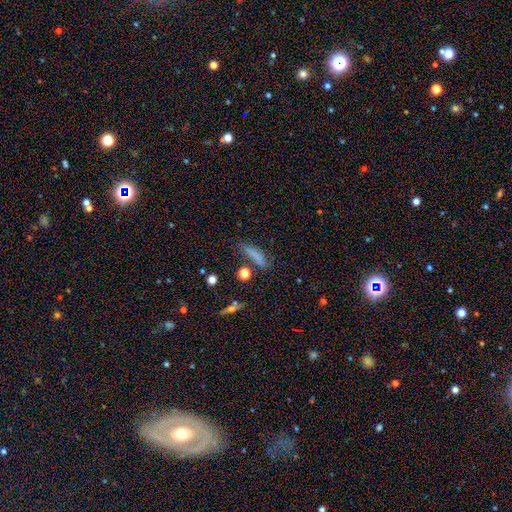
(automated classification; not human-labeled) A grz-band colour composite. It shows a smooth galaxy with no disk features (71%) that is cigar-shaped (65%). Merging: none (59%).